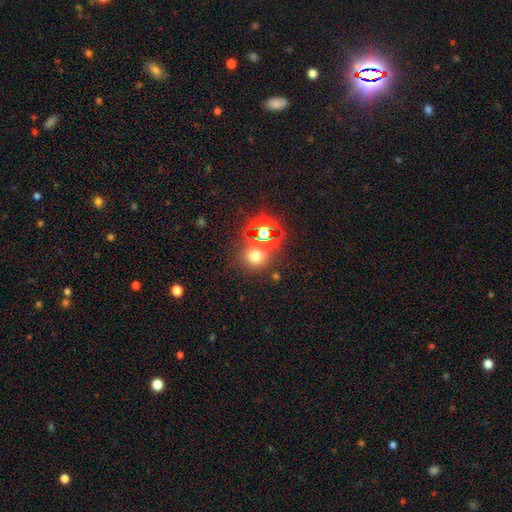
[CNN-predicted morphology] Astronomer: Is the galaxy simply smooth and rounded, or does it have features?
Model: smooth — 58% (runner-up: star or artifact, 34%).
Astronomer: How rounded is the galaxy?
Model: round — 84%.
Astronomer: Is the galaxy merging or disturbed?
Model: none — 70%.